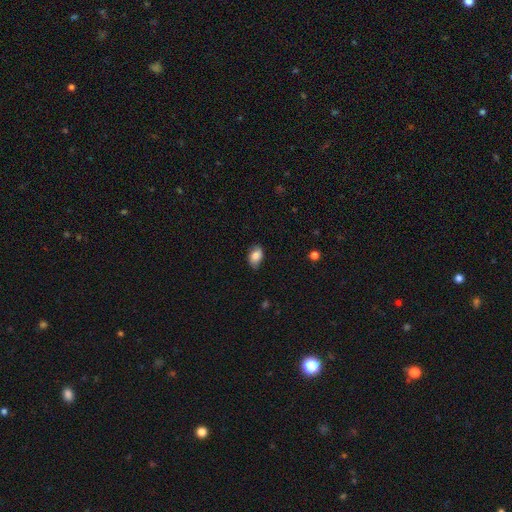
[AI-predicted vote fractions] A smooth galaxy with no disk features (83%) that is in between round and cigar-shaped (87%).

Vote fractions:
- Smooth or featured? smooth: 83% / featured or disk: 10% / star or artifact: 7%
- How rounded? in between: 87% / round: 11% / cigar-shaped: 1%
- Merging? none: 74% / minor disturbance: 21% / major disturbance: 4% / merger: 1%